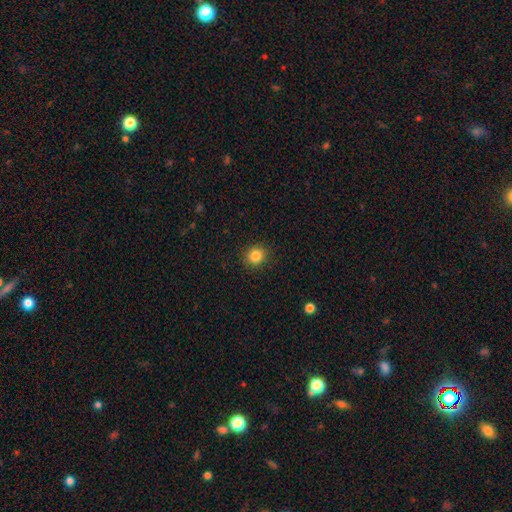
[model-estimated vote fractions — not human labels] Overall: smooth (85%). How rounded: round (86%). Merging: none (91%).